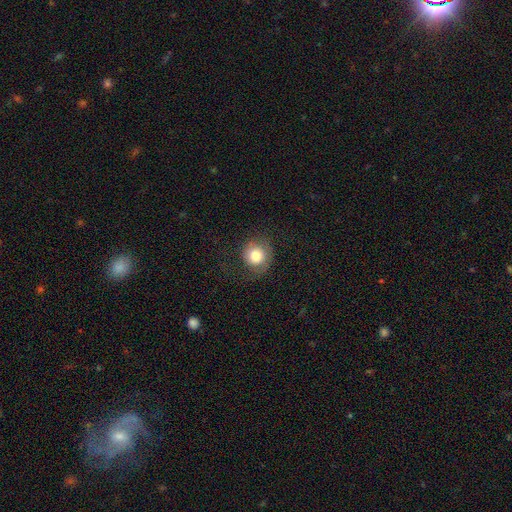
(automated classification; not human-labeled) The model was most divided on "merging": none: 64%, minor disturbance: 18%, major disturbance: 16%, merger: 1%. More confident: how rounded — round (89%); smooth or featured — smooth (75%).